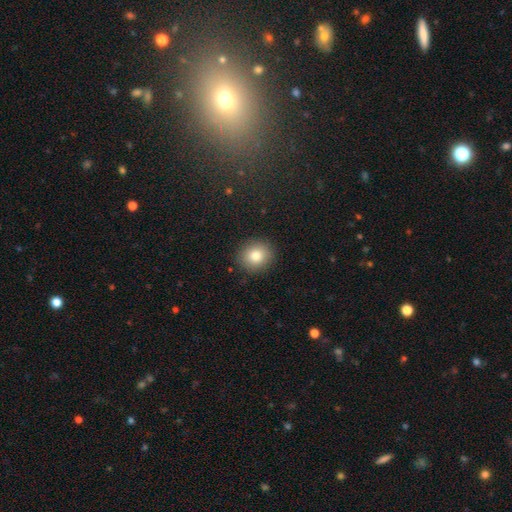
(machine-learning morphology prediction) This appears to be a smooth galaxy with no disk features (83%) that is round (78%). Merging: none (89%).